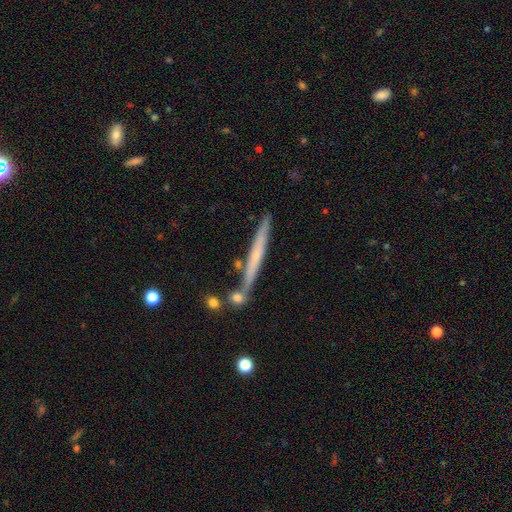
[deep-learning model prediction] Smooth or featured: featured or disk — 52% (smooth — 41%)
Edge-on disk: yes — 95% (no — 5%)
Merging: none — 80% (minor disturbance — 11%)